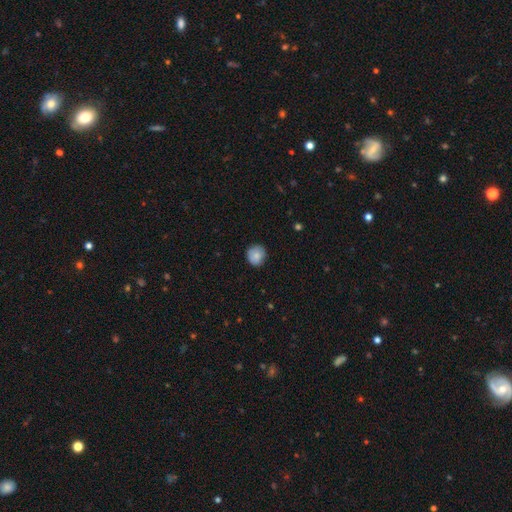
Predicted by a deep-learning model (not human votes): The model was most divided on "merging": none: 84%, minor disturbance: 13%, major disturbance: 2%, merger: 1%. More confident: how rounded — round (87%); smooth or featured — smooth (84%).